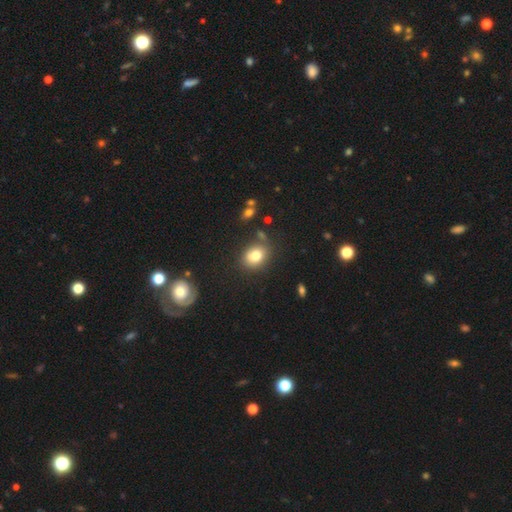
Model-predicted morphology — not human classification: Smooth or featured? Predicted: smooth (p=0.79). How rounded? Predicted: in between (p=0.53). Merging? Predicted: none (p=0.78).